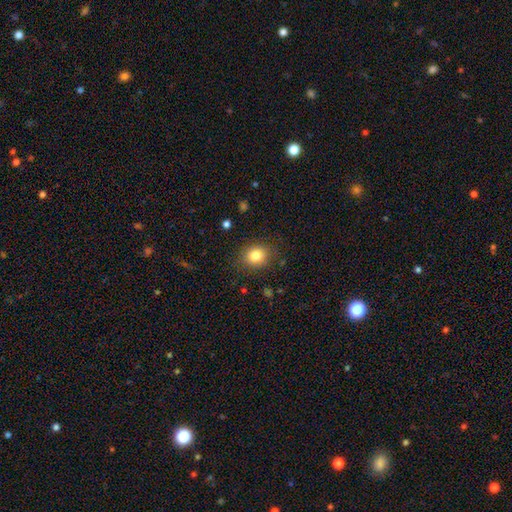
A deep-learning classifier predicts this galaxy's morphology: Smooth or featured? smooth (82%)
How rounded? round (61%)
Merging? none (84%)